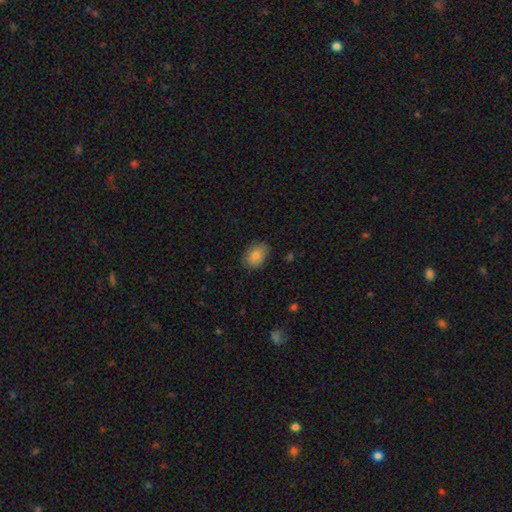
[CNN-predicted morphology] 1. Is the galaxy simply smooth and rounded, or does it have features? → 82% smooth, 10% featured or disk, 8% star or artifact.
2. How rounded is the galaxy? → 79% in between, 20% round, 1% cigar-shaped.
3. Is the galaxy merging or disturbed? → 83% none, 13% minor disturbance, 2% major disturbance, 1% merger.